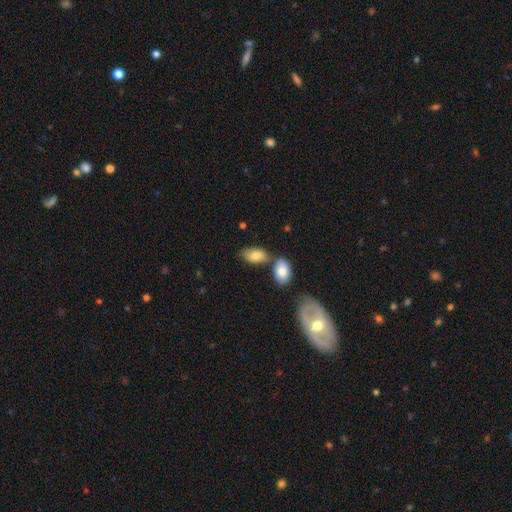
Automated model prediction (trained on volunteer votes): Overall: smooth (79%). How rounded: in between (93%). Merging: none (53%; merger 28%).